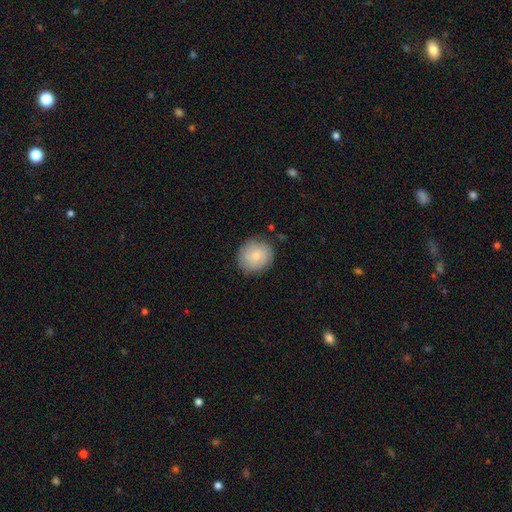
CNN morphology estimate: Smooth or featured: smooth — 55% (featured or disk — 38%)
How rounded: round — 84% (in between — 15%)
Merging: none — 83% (minor disturbance — 12%)